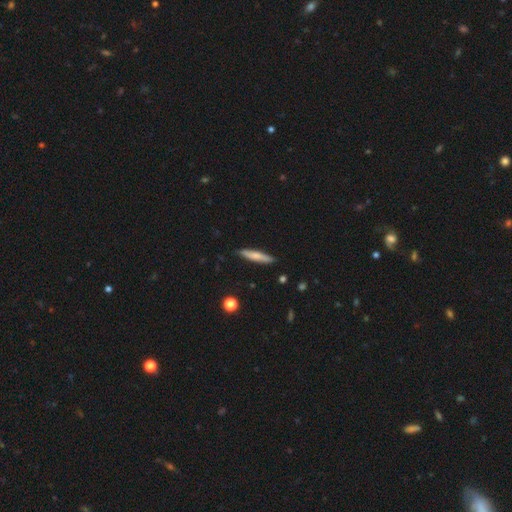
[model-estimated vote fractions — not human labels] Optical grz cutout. It shows a smooth galaxy with no disk features (69%) that is cigar-shaped (89%). Merging: none (88%).